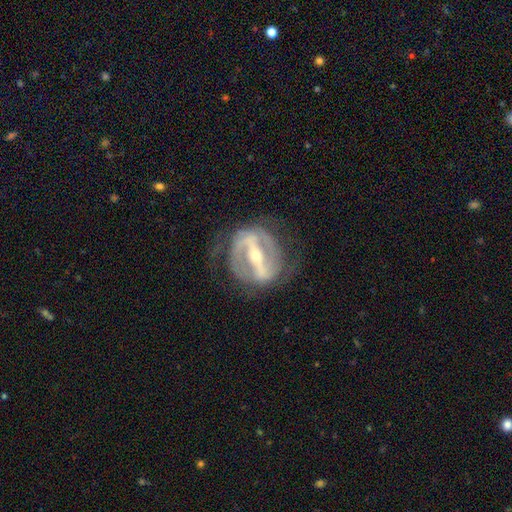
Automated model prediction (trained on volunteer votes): smooth-or-featured: featured or disk: 87% | smooth: 7% | star or artifact: 6%
  disk-edge-on: no: 90% | yes: 10%
    bar: strong: 83% | weak: 12% | no: 4%
    has-spiral-arms: yes: 78% | no: 22%
      spiral-winding: tight: 42% | medium: 41% | loose: 17%
      spiral-arm-count: 2: 71% | can't tell: 15% | 3: 6% | 1: 4% | 4: 2% | more than 4: 2%
    bulge-size: moderate: 51% | small: 44% | large: 3% | none: 1% | dominant: 1%
  merging: none: 68% | minor disturbance: 17% | major disturbance: 13% | merger: 1%